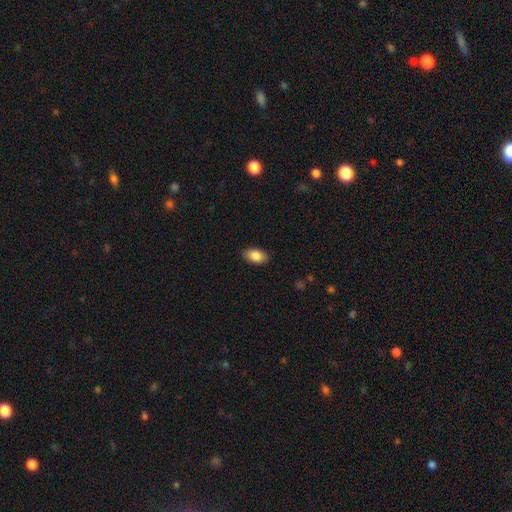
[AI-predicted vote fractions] Q: Smooth or featured?
A: smooth (86%); runner-up: star or artifact (7%)
Q: How rounded?
A: in between (92%); runner-up: round (6%)
Q: Merging?
A: none (87%); runner-up: minor disturbance (10%)